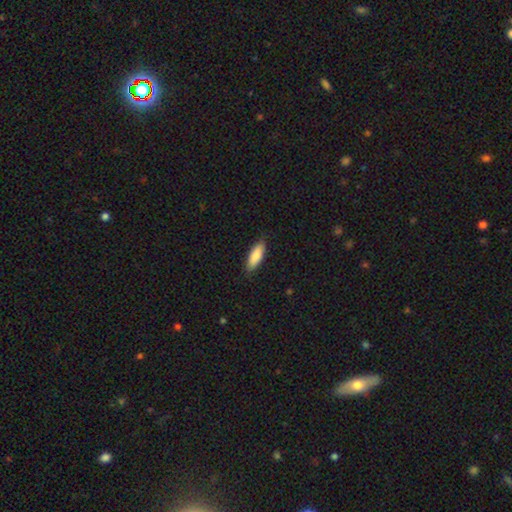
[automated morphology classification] Q: Smooth or featured?
A: smooth (85%); runner-up: featured or disk (9%)
Q: How rounded?
A: in between (63%); runner-up: cigar-shaped (35%)
Q: Merging?
A: none (85%); runner-up: minor disturbance (12%)